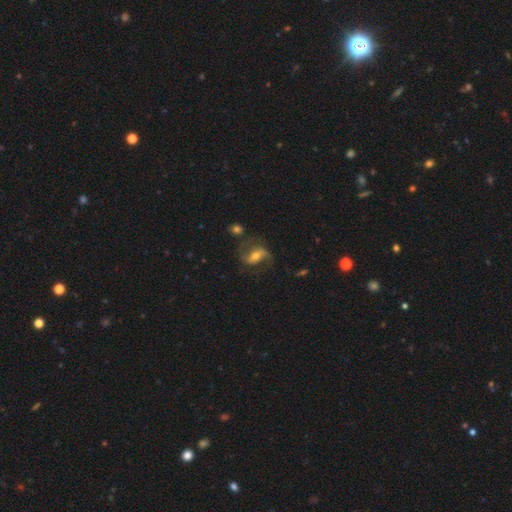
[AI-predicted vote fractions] This appears to be a featured or disk galaxy (74%) with a strong bar (42%), 2 (89%) loose (50%) spiral arms (90%) and a moderate central bulge (63%). Merging: none (65%).